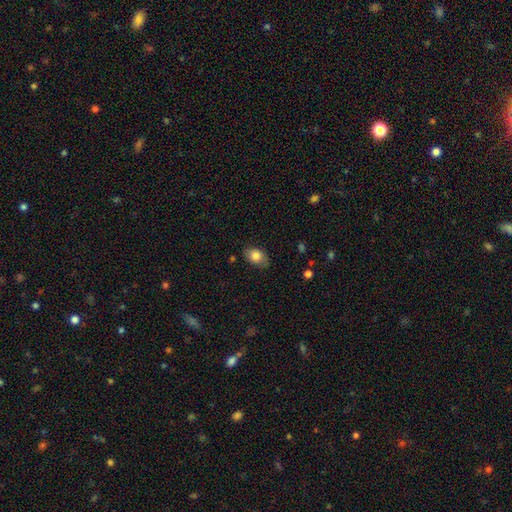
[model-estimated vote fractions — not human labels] This is clearly a smooth galaxy (82%). How rounded: clearly in between (82%). Merging: likely none (78%).